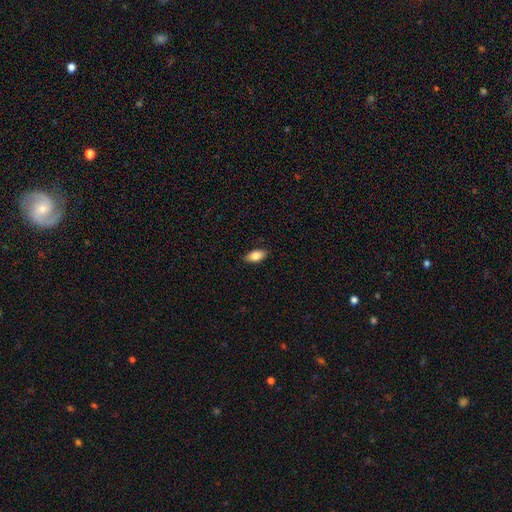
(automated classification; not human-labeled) Smooth or featured? smooth (83%)
How rounded? in between (91%)
Merging? none (87%)